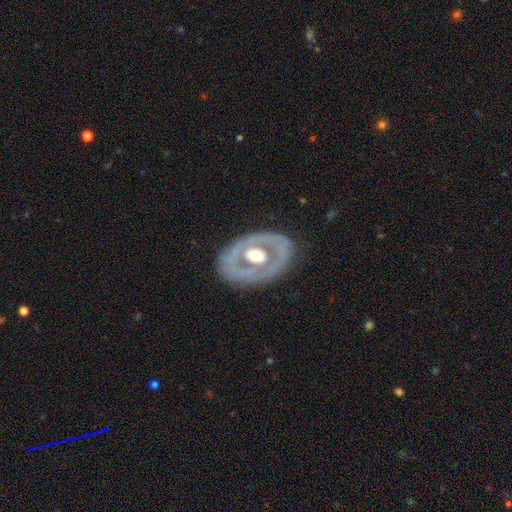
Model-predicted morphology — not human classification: Q: Smooth or featured?
A: featured or disk (71%); runner-up: smooth (24%)
Q: Edge-on disk?
A: no (93%); runner-up: yes (7%)
Q: Bar?
A: no (79%); runner-up: weak (14%)
Q: Spiral arms?
A: no (78%); runner-up: yes (22%)
Q: Bulge size?
A: moderate (65%); runner-up: large (25%)
Q: Merging?
A: none (73%); runner-up: minor disturbance (16%)